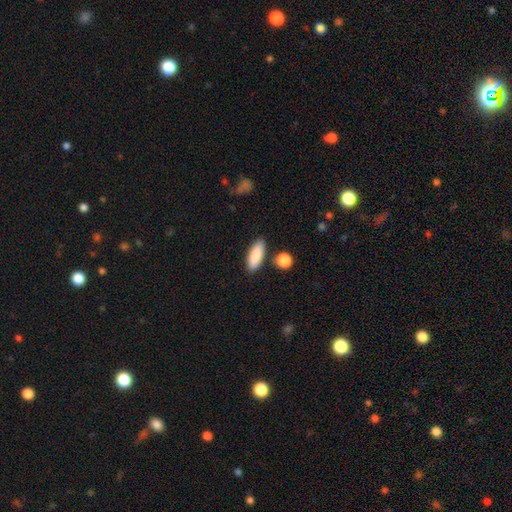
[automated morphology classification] smooth-or-featured: smooth: 86% | featured or disk: 8% | star or artifact: 6%
  how-rounded: in between: 71% | cigar-shaped: 27% | round: 3%
  merging: none: 83% | minor disturbance: 10% | merger: 5% | major disturbance: 2%